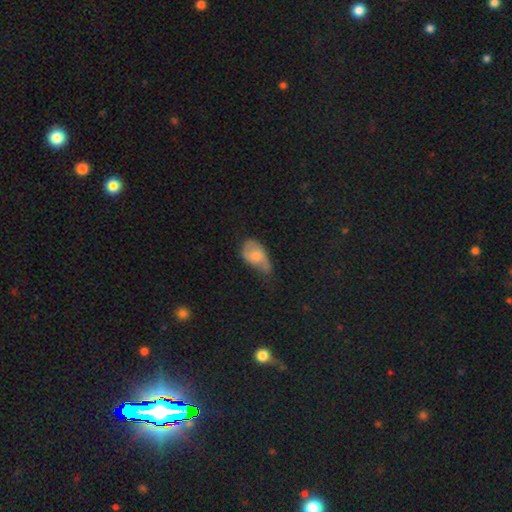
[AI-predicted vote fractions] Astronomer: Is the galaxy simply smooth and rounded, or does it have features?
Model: smooth — 60%.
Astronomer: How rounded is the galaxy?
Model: in between — 89%.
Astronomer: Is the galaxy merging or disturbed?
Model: minor disturbance — 48% (runner-up: none, 29%).